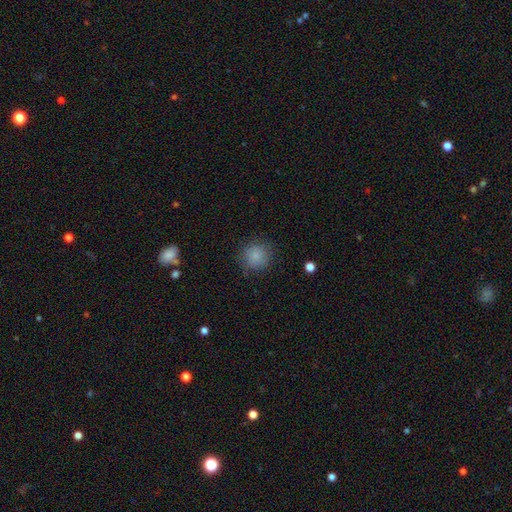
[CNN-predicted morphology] This is clearly a smooth galaxy (86%). How rounded: clearly round (92%). Merging: clearly none (85%).